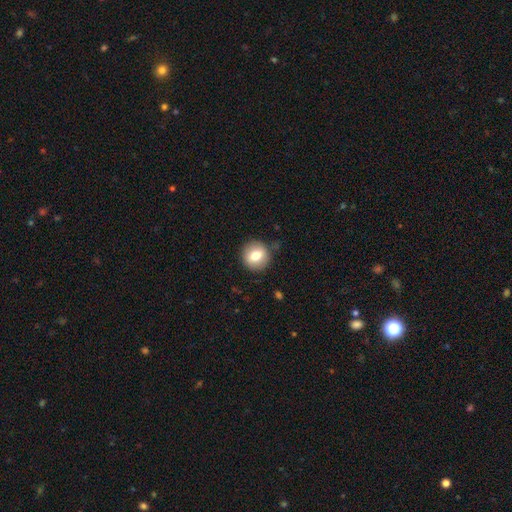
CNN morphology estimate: smooth 75%, featured or disk 16%, star or artifact 9%. Down the decision tree: how rounded — round (91%); merging — none (87%).